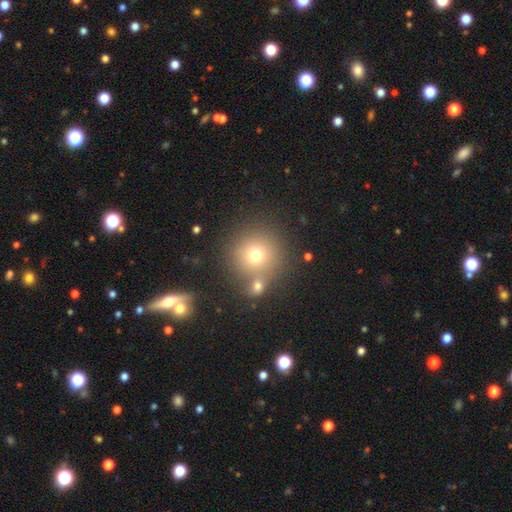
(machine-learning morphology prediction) Smooth or featured?
  - smooth: 71% *
  - star or artifact: 16%
  - featured or disk: 13%
How rounded?
  - round: 93% *
  - in between: 6%
  - cigar-shaped: 1%
Merging?
  - none: 69% *
  - merger: 18%
  - minor disturbance: 9%
  - major disturbance: 4%